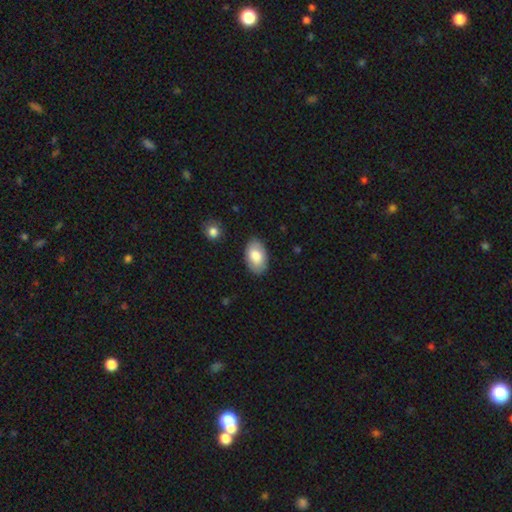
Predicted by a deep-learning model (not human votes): This is likely a smooth galaxy (78%). How rounded: clearly in between (94%). Merging: clearly none (86%).